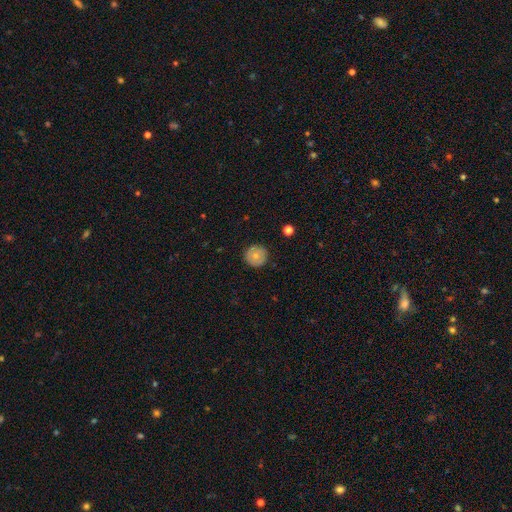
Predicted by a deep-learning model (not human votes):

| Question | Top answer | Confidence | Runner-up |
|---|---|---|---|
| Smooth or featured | smooth | 71% | featured or disk (22%) |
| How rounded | round | 96% | in between (3%) |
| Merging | none | 91% | minor disturbance (7%) |